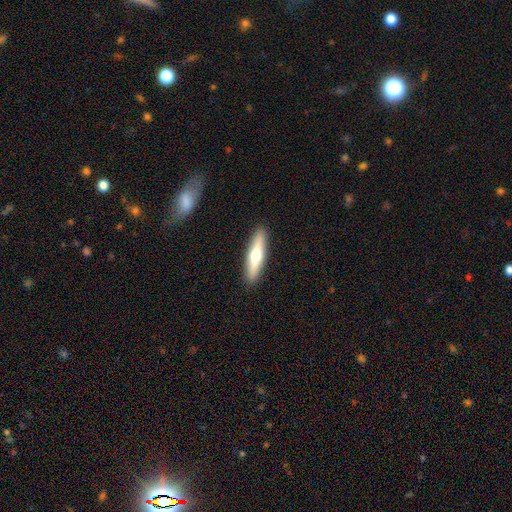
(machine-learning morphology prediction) This is possibly a smooth galaxy (50%). How rounded: likely cigar-shaped (78%). Merging: clearly none (91%).